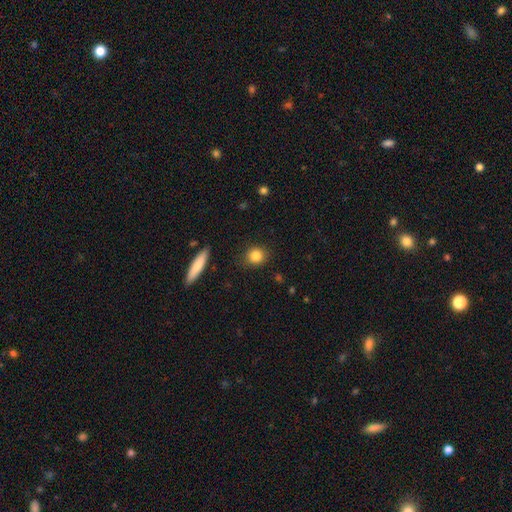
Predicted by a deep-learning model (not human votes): Morphology: type=smooth (84%); roundness=round (81%); merging=none (88%).